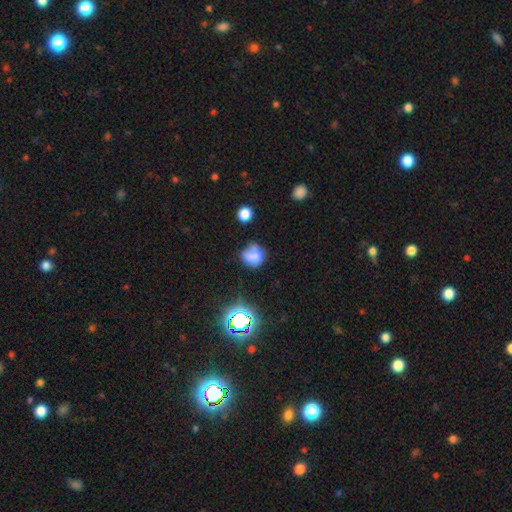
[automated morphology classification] smooth 68%, star or artifact 16%, featured or disk 16%. Down the decision tree: how rounded — round (71%); merging — none (44%).